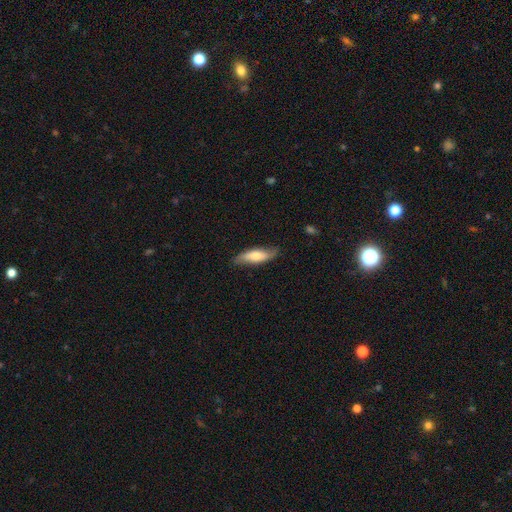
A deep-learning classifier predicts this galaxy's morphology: A smooth galaxy with no disk features (58%) that is cigar-shaped (50%). Merging: none (77%).